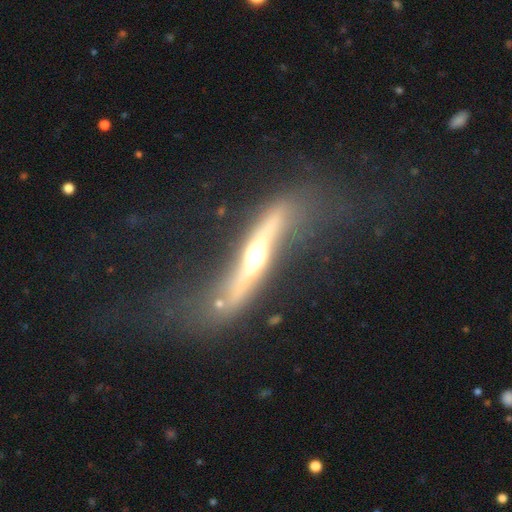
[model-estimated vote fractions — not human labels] featured or disk 78%, smooth 16%, star or artifact 7%. Down the decision tree: edge-on disk — yes (76%); edge-on bulge — rounded (90%); merging — none (56%).